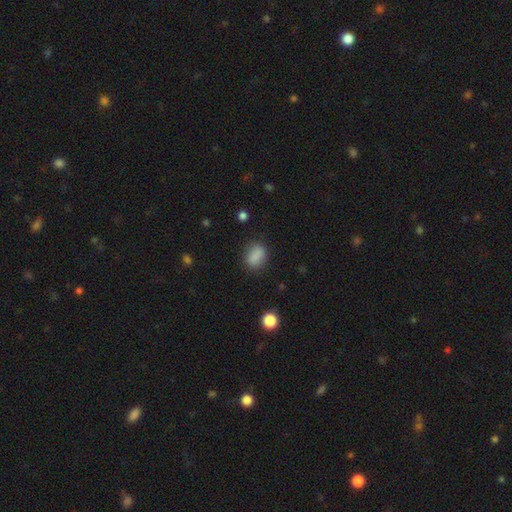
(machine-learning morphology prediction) Smooth or featured: smooth — 85% (star or artifact — 9%)
How rounded: in between — 73% (round — 24%)
Merging: none — 82% (minor disturbance — 12%)